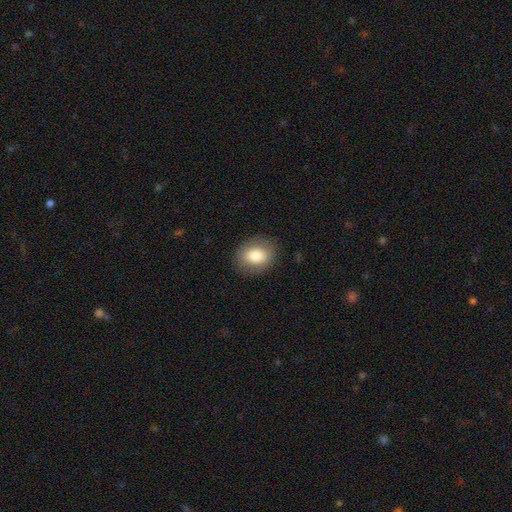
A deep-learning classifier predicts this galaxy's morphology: A smooth galaxy with no disk features (78%) that is in between round and cigar-shaped (54%). Merging: none (85%).